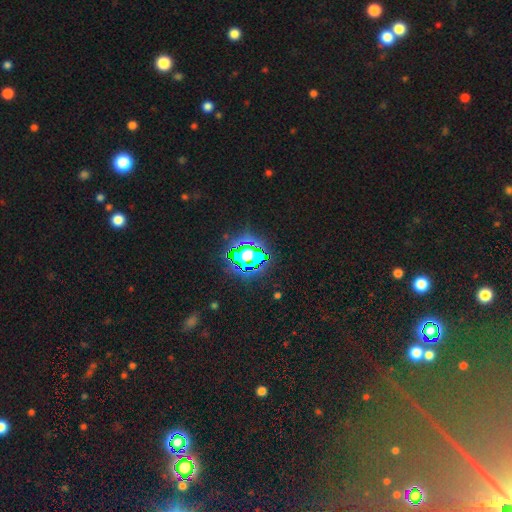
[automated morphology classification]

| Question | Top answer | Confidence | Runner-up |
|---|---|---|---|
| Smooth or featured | star or artifact | 57% | smooth (27%) |